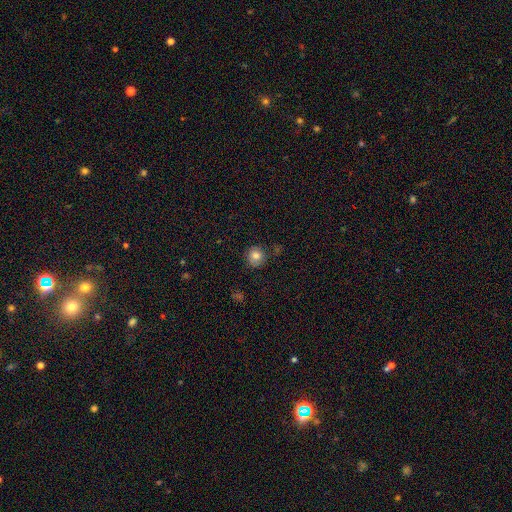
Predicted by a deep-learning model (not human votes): Overall: smooth (80%). How rounded: round (88%). Merging: none (79%).